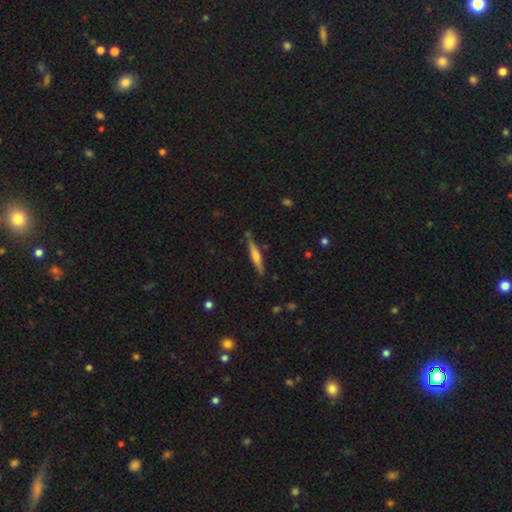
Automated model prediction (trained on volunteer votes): smooth_or_featured: featured or disk (p=0.51) [alt: smooth p=0.43]
disk_edge_on: yes (p=0.96) [alt: no p=0.04]
merging: none (p=0.84) [alt: minor disturbance p=0.11]